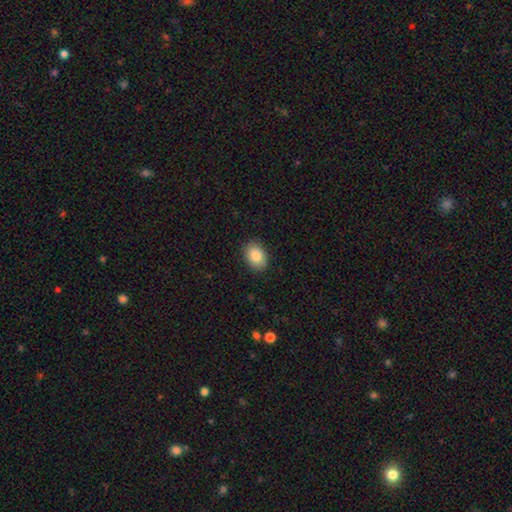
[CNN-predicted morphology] type=smooth (85%); roundness=in between (80%); merging=none (88%).